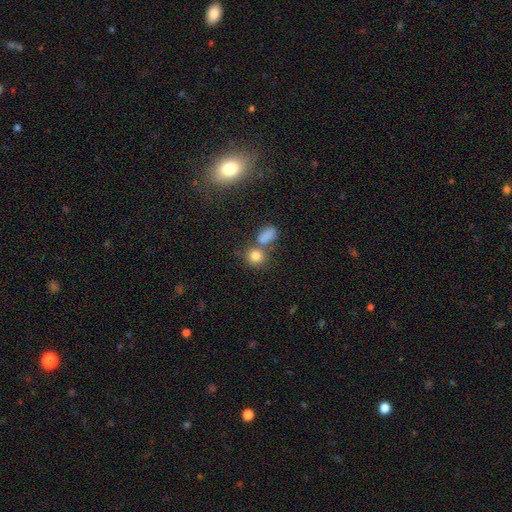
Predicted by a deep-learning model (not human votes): This appears to be a smooth galaxy with no disk features (81%) that is round (75%). Merging: none (50%).